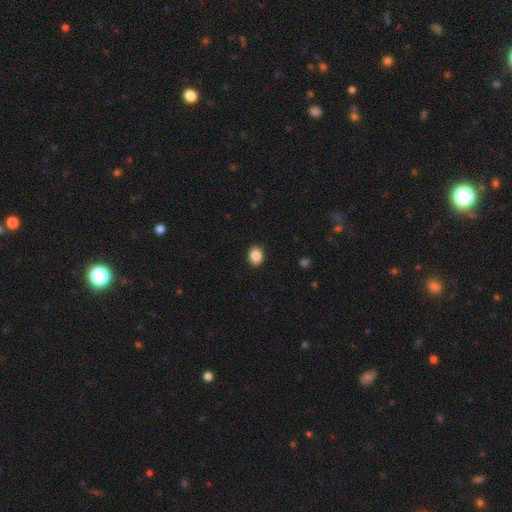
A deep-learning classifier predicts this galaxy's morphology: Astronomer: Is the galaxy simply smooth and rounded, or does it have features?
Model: smooth — 87%.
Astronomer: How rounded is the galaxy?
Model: round — 54% (runner-up: in between, 45%).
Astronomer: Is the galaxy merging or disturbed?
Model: none — 91%.